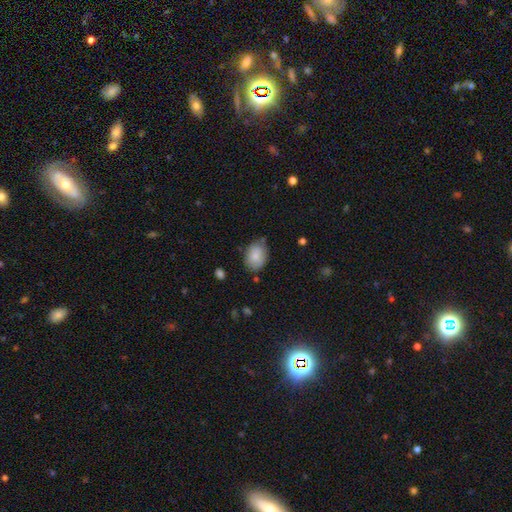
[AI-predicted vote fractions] Overall: smooth (81%). How rounded: in between (75%). Merging: none (70%).